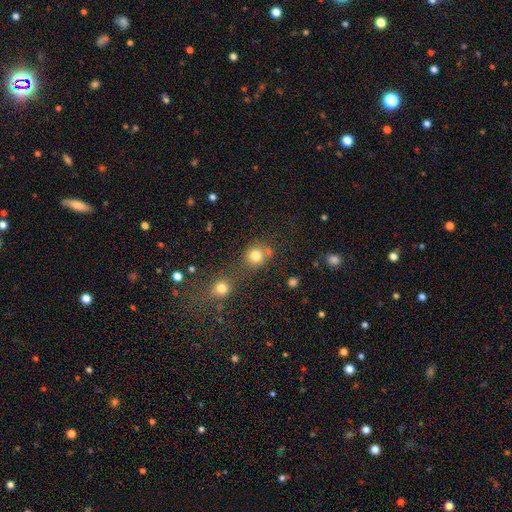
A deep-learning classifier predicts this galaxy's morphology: A smooth galaxy with no disk features (79%) that is round (83%).

Vote fractions:
- Smooth or featured? smooth: 79% / star or artifact: 14% / featured or disk: 7%
- How rounded? round: 83% / in between: 16% / cigar-shaped: 1%
- Merging? none: 58% / merger: 26% / minor disturbance: 11% / major disturbance: 5%